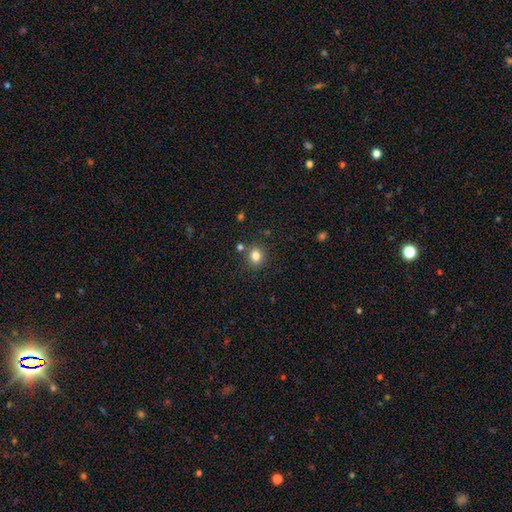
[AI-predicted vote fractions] Smooth or featured? smooth (81%)
How rounded? round (74%)
Merging? none (83%)